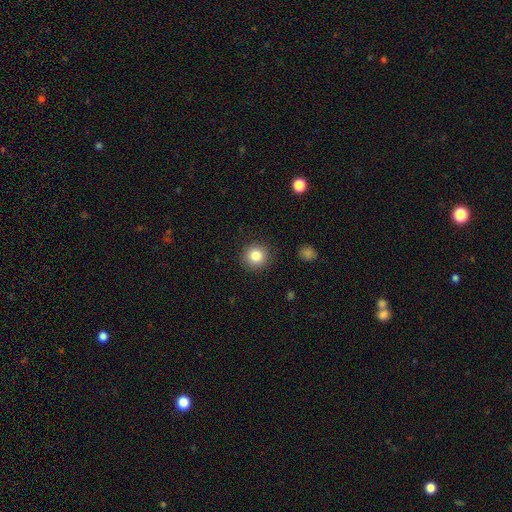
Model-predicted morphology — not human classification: Smooth or featured: smooth — 83% (star or artifact — 10%)
How rounded: round — 93% (in between — 6%)
Merging: none — 90% (minor disturbance — 7%)